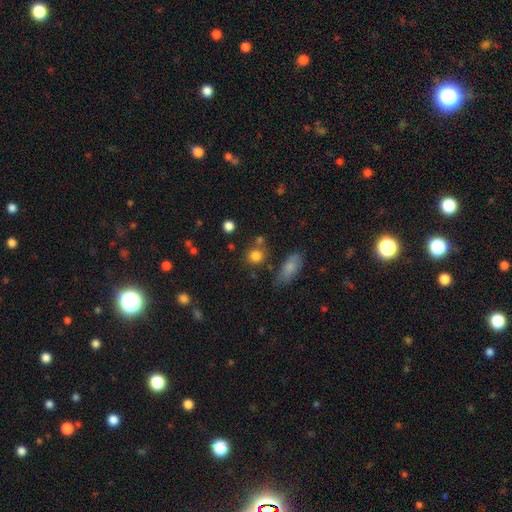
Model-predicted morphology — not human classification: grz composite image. It shows a smooth galaxy with no disk features (82%) that is round (80%). Merging: none (70%).